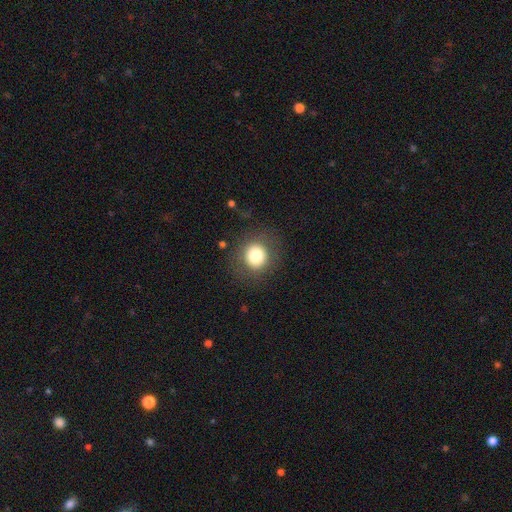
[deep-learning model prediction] The model was most divided on "smooth or featured": smooth: 77%, star or artifact: 12%, featured or disk: 11%. More confident: how rounded — round (89%); merging — none (83%).